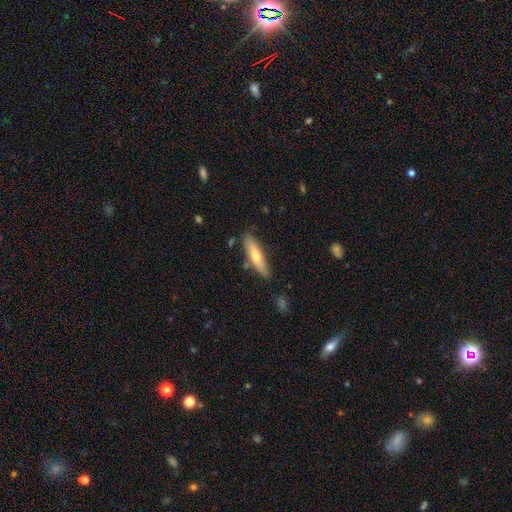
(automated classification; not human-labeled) Smooth or featured? smooth (62%)
How rounded? cigar-shaped (71%)
Merging? none (81%)